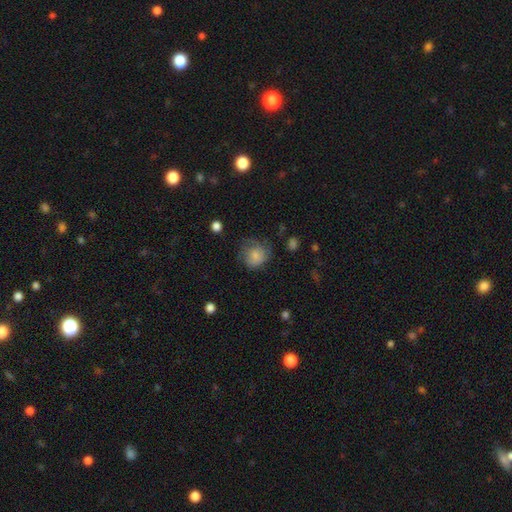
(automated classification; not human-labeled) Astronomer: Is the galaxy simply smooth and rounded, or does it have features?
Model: smooth — 77%.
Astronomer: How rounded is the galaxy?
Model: round — 80%.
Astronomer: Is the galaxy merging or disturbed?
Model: none — 55%.